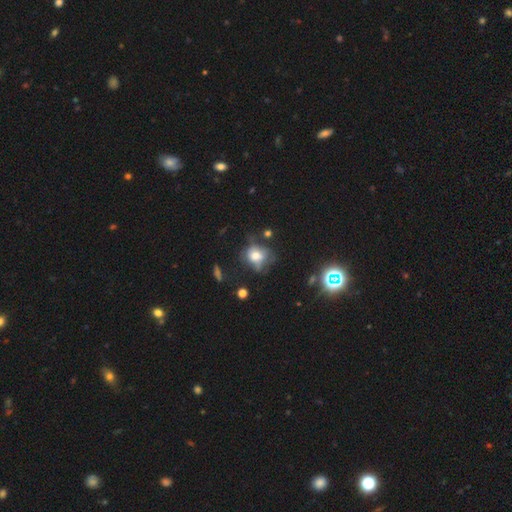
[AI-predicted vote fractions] smooth-or-featured: smooth: 59% | featured or disk: 25% | star or artifact: 16%
  how-rounded: round: 64% | in between: 35% | cigar-shaped: 1%
  merging: none: 45% | minor disturbance: 28% | major disturbance: 20% | merger: 7%